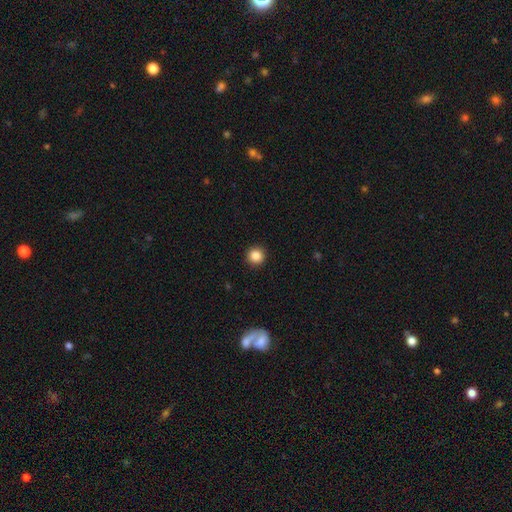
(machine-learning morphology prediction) smooth 86%, star or artifact 10%, featured or disk 4%. Down the decision tree: how rounded — round (94%); merging — none (93%).